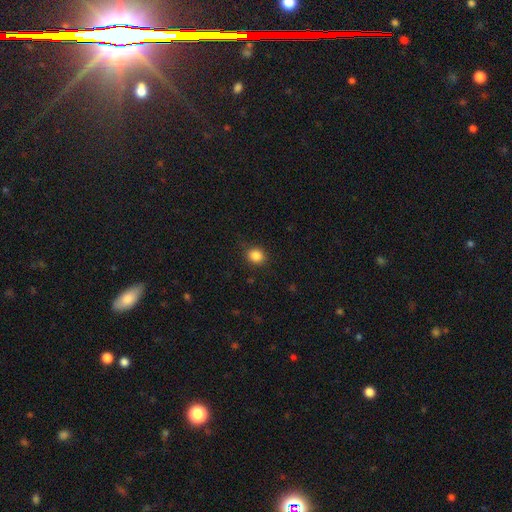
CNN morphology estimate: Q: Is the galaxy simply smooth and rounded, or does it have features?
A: smooth — 86%.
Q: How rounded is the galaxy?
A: round — 72%.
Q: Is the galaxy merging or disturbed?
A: none — 87%.